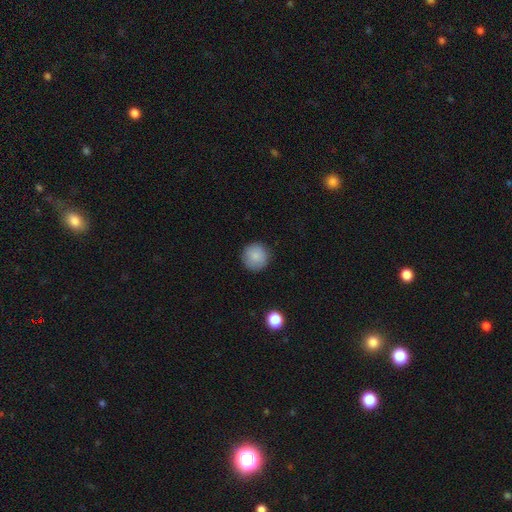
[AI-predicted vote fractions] Smooth or featured: smooth — 86% (star or artifact — 8%)
How rounded: round — 95% (in between — 4%)
Merging: none — 90% (minor disturbance — 7%)